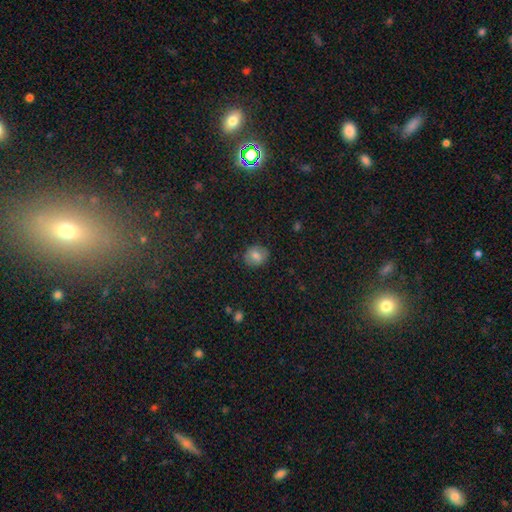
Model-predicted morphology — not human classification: Smooth or featured?
  - smooth: 74% *
  - featured or disk: 15%
  - star or artifact: 11%
How rounded?
  - round: 62% *
  - in between: 37%
  - cigar-shaped: 1%
Merging?
  - none: 83% *
  - minor disturbance: 12%
  - major disturbance: 3%
  - merger: 1%